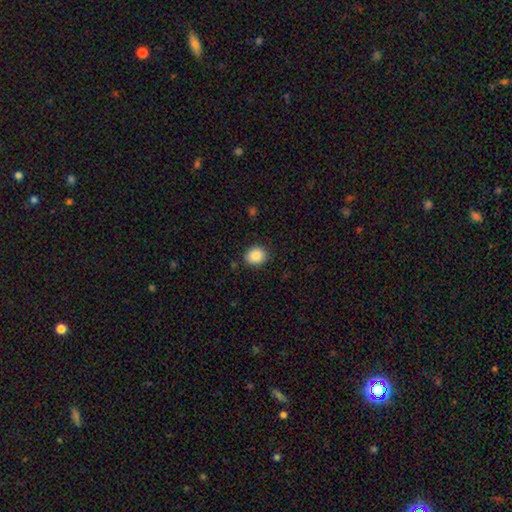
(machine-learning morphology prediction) smooth 88%, star or artifact 8%, featured or disk 3%. Down the decision tree: how rounded — round (69%); merging — none (87%).